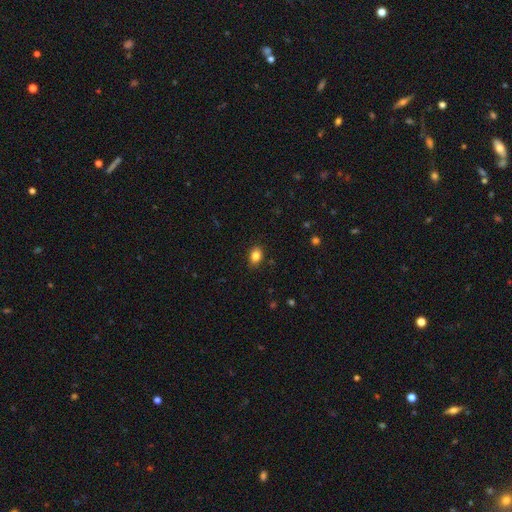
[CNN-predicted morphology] smooth 85%, star or artifact 9%, featured or disk 6%. Down the decision tree: how rounded — in between (77%); merging — none (87%).